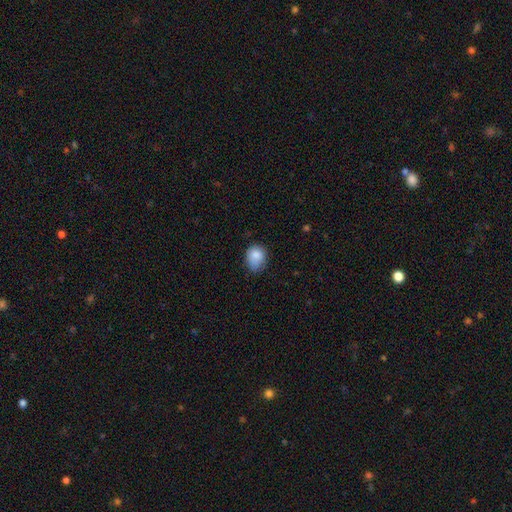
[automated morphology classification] The model was most divided on "how rounded": in between: 51%, round: 48%, cigar-shaped: 1%. More confident: smooth or featured — smooth (85%); merging — none (55%).